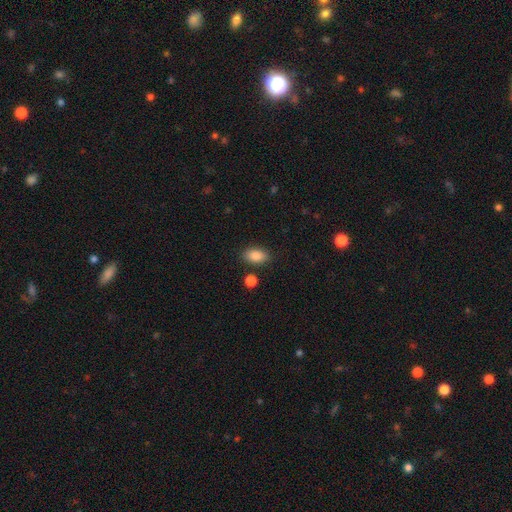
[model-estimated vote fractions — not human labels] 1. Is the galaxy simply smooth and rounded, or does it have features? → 87% smooth, 8% star or artifact, 5% featured or disk.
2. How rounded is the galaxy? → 89% in between, 8% round, 2% cigar-shaped.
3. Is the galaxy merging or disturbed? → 84% none, 10% minor disturbance, 4% merger, 3% major disturbance.